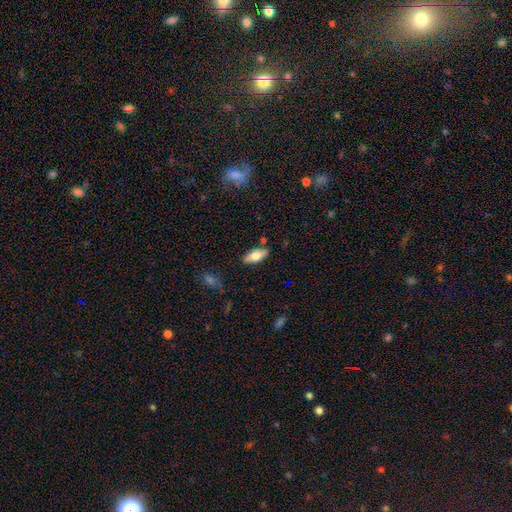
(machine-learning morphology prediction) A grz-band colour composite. It shows a smooth galaxy with no disk features (70%) that is in between round and cigar-shaped (85%). Merging: none (84%).